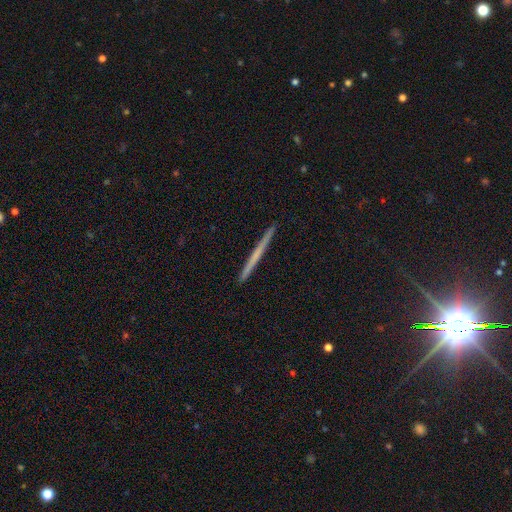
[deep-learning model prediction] This appears to be a featured or disk galaxy (49%). Merging: none (93%).